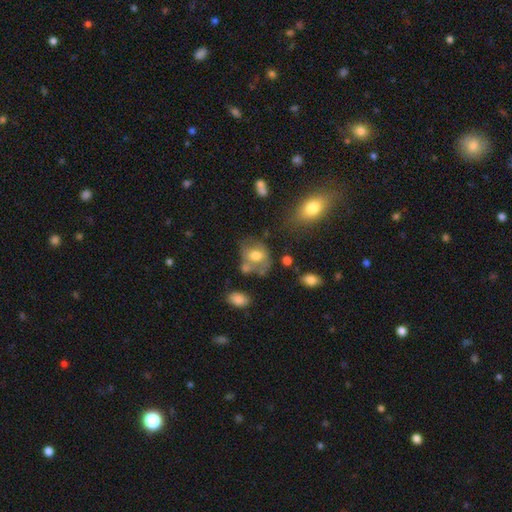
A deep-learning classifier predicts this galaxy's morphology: Q: Smooth or featured?
A: smooth (59%); runner-up: featured or disk (31%)
Q: How rounded?
A: in between (54%); runner-up: round (45%)
Q: Merging?
A: none (45%); runner-up: minor disturbance (24%)